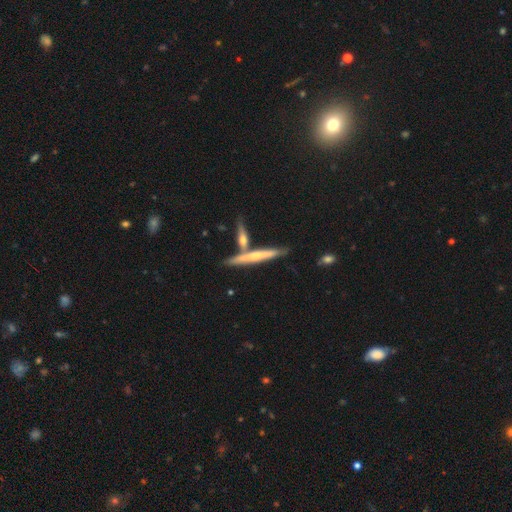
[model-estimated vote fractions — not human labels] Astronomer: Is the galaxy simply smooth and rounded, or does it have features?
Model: featured or disk — 53% (runner-up: smooth, 41%).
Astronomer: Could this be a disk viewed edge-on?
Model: yes — 95%.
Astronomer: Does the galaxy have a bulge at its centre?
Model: none — 54% (runner-up: rounded, 37%).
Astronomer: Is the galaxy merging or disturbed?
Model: none — 68%.